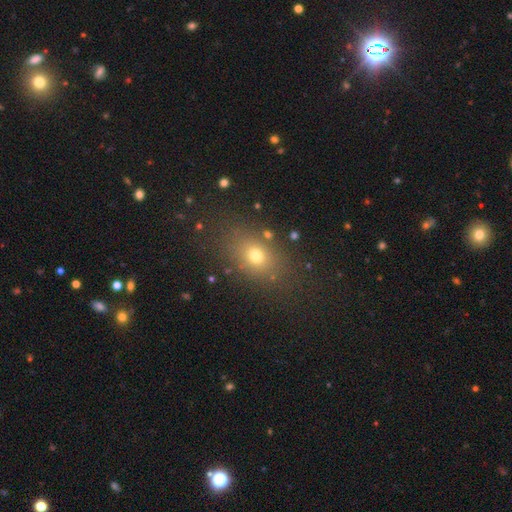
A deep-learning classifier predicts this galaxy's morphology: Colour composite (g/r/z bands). It shows a smooth galaxy with no disk features (71%) that is in between round and cigar-shaped (67%). Merging: none (82%).